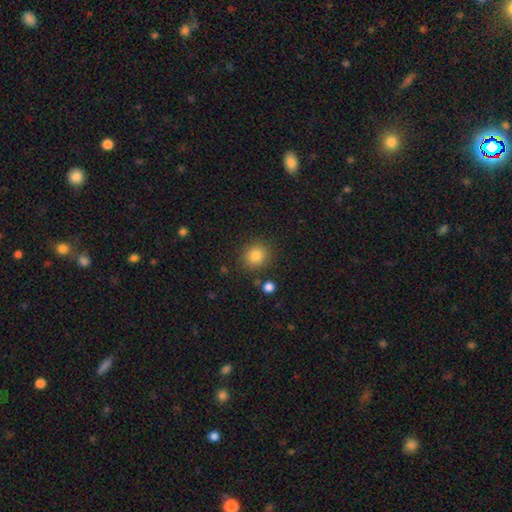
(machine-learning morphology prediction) A smooth galaxy with no disk features (84%) that is round (83%).

Vote fractions:
- Smooth or featured? smooth: 84% / star or artifact: 11% / featured or disk: 5%
- How rounded? round: 83% / in between: 16% / cigar-shaped: 1%
- Merging? none: 86% / minor disturbance: 8% / merger: 3% / major disturbance: 3%